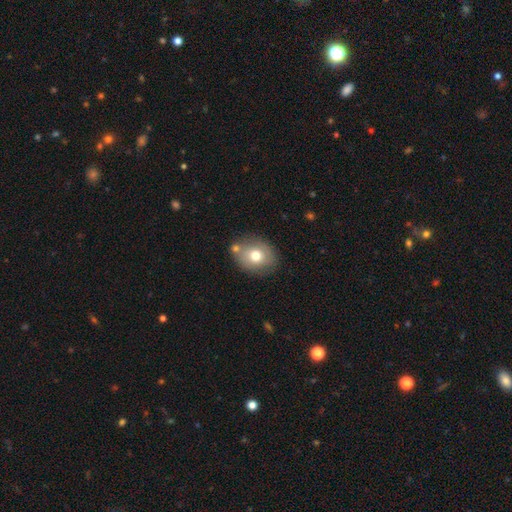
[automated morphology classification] Q: Smooth or featured?
A: smooth (71%); runner-up: featured or disk (20%)
Q: How rounded?
A: in between (56%); runner-up: round (43%)
Q: Merging?
A: none (70%); runner-up: minor disturbance (15%)